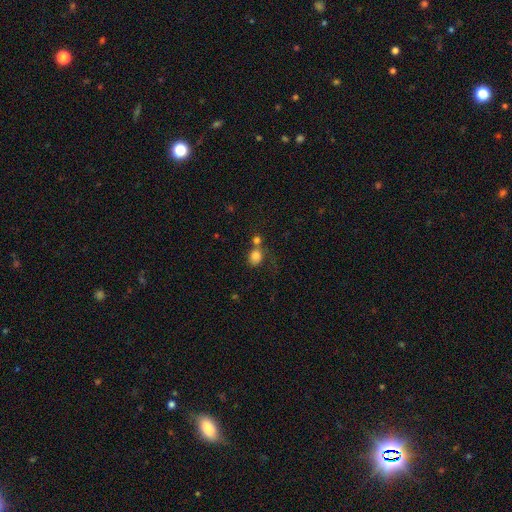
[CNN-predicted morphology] Smooth or featured: smooth — 80% (star or artifact — 11%)
How rounded: round — 66% (in between — 33%)
Merging: none — 41% (merger — 36%)